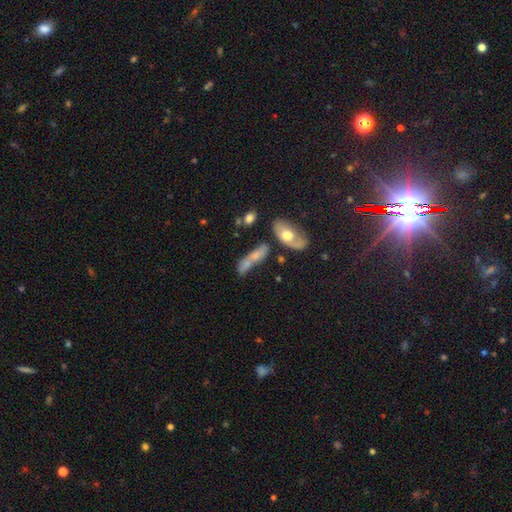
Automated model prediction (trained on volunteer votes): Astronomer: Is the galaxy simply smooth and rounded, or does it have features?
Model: smooth — 55% (runner-up: featured or disk, 35%).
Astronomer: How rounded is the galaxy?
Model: in between — 54% (runner-up: cigar-shaped, 40%).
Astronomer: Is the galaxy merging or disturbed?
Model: merger — 37% (runner-up: none, 31%).